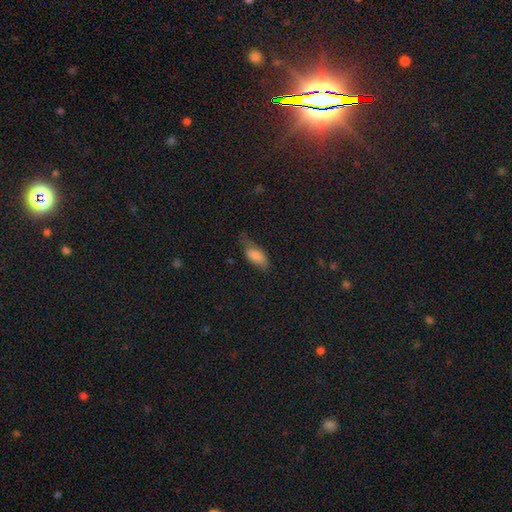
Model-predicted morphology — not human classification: A smooth galaxy with no disk features (78%) that is in between round and cigar-shaped (83%). Merging: none (46%).